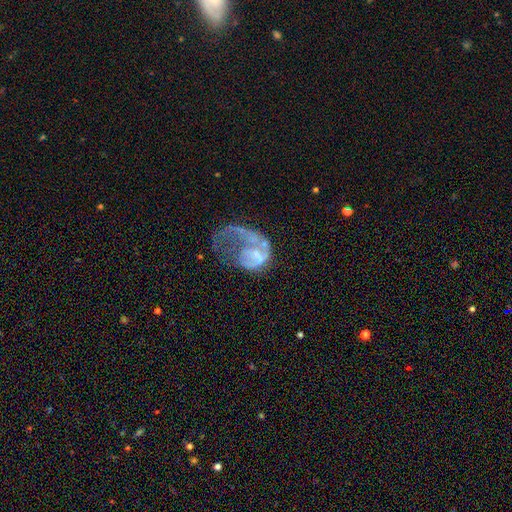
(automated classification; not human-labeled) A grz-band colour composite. It shows a featured or disk galaxy (66%) with no bar (75%), no spiral arms (60%) and no central bulge (46%). Merging: major disturbance (61%).